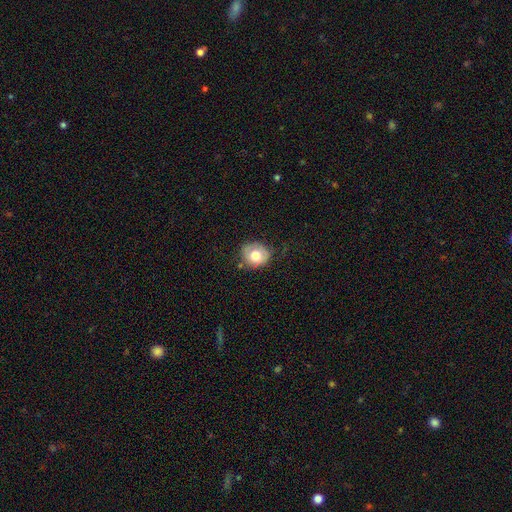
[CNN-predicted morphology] Smooth or featured? Predicted: smooth (p=0.72). How rounded? Predicted: round (p=0.74). Merging? Predicted: none (p=0.67).